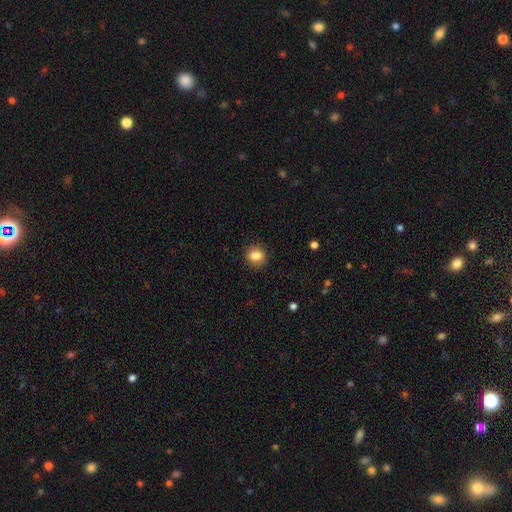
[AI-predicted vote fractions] This is clearly a smooth galaxy (84%). How rounded: likely round (75%). Merging: clearly none (90%).